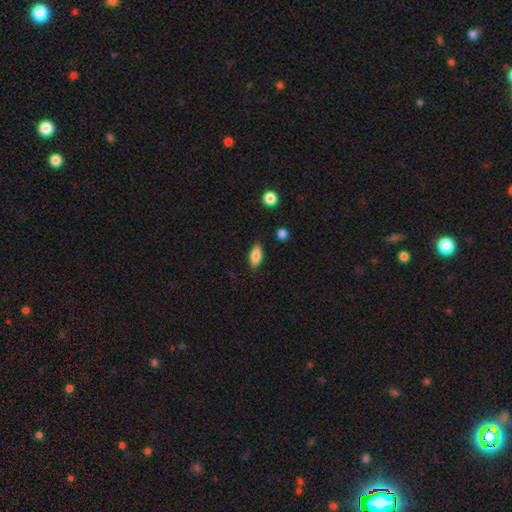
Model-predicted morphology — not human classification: smooth-or-featured: smooth: 83% | featured or disk: 10% | star or artifact: 7%
  how-rounded: in between: 81% | cigar-shaped: 16% | round: 3%
  merging: none: 86% | minor disturbance: 10% | major disturbance: 2% | merger: 1%